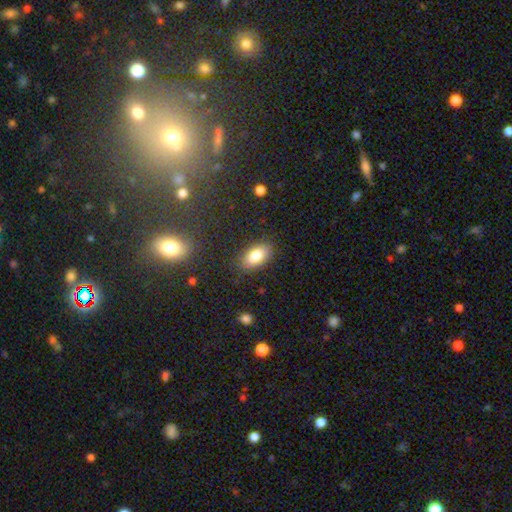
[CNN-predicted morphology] A smooth galaxy with no disk features (81%) that is in between round and cigar-shaped (92%). Merging: none (84%).